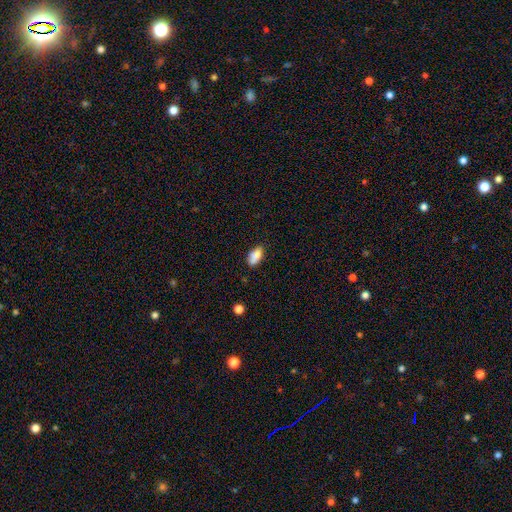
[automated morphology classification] A smooth galaxy with no disk features (82%) that is in between round and cigar-shaped (87%).

Vote fractions:
- Smooth or featured? smooth: 82% / featured or disk: 10% / star or artifact: 8%
- How rounded? in between: 87% / cigar-shaped: 9% / round: 4%
- Merging? none: 65% / minor disturbance: 22% / merger: 8% / major disturbance: 5%